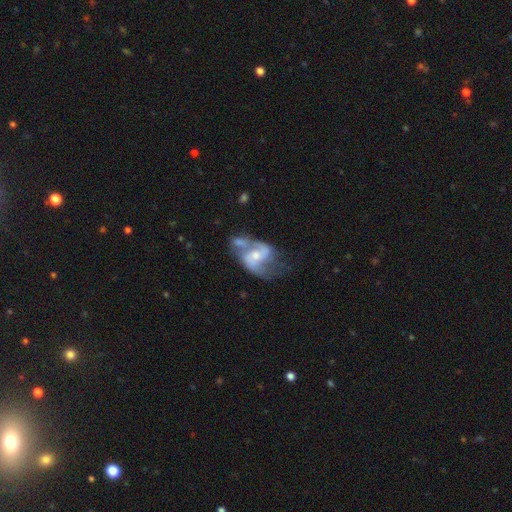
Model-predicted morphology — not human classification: featured or disk 79%, smooth 15%, star or artifact 6%. Down the decision tree: edge-on disk — no (97%); bar — no (50%); spiral arms — yes (89%); spiral arm count — 2 (81%); spiral winding — medium (45%); bulge size — moderate (46%); merging — merger (32%).